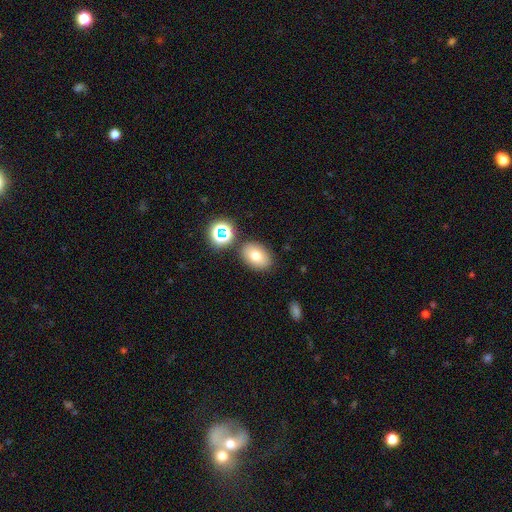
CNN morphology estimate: Overall: smooth (74%). How rounded: in between (77%). Merging: none (81%).